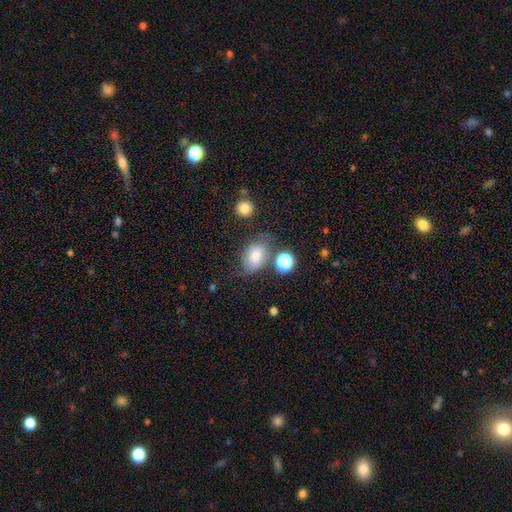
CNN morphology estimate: Q: Smooth or featured?
A: smooth (70%); runner-up: featured or disk (18%)
Q: How rounded?
A: in between (75%); runner-up: round (23%)
Q: Merging?
A: none (51%); runner-up: minor disturbance (27%)